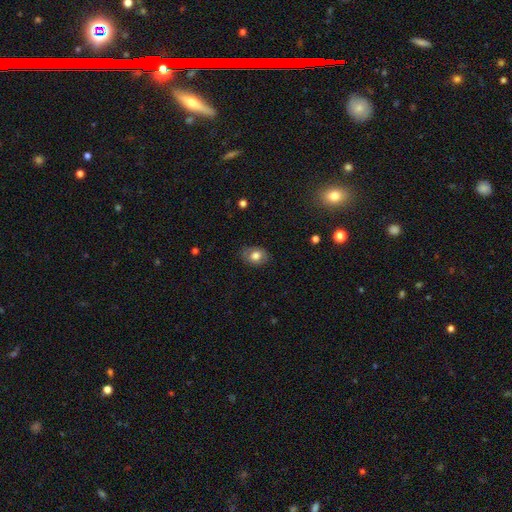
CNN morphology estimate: This appears to be a smooth galaxy with no disk features (74%) that is in between round and cigar-shaped (68%). Merging: none (81%).